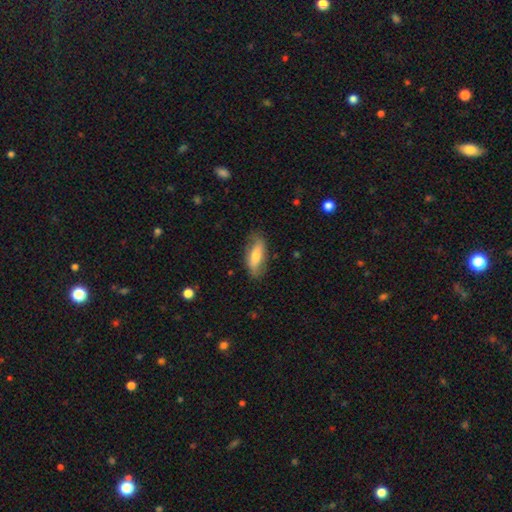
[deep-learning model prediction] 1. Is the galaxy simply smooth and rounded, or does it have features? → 61% smooth, 33% featured or disk, 6% star or artifact.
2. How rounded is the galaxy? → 72% in between, 25% cigar-shaped, 3% round.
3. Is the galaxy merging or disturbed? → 75% none, 18% minor disturbance, 5% major disturbance, 1% merger.